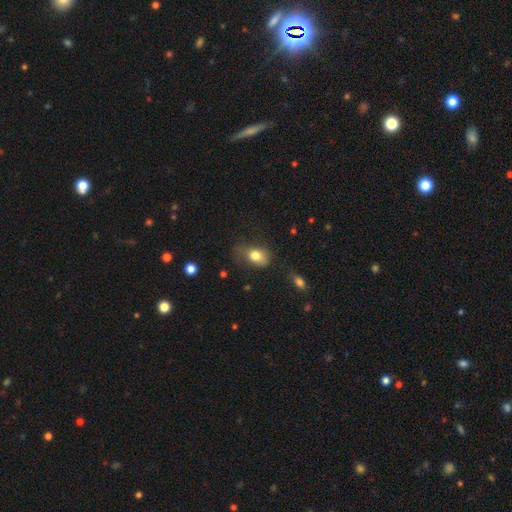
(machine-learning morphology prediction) type=smooth (78%); roundness=in between (72%); merging=none (43%).